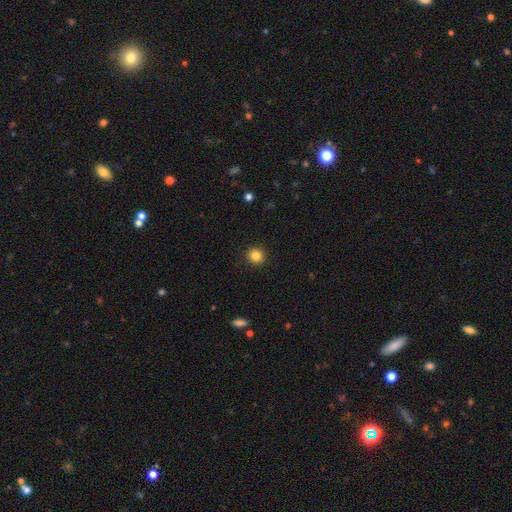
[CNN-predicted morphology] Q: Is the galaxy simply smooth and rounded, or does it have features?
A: smooth — 85%.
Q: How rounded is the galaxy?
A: round — 94%.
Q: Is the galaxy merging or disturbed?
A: none — 93%.